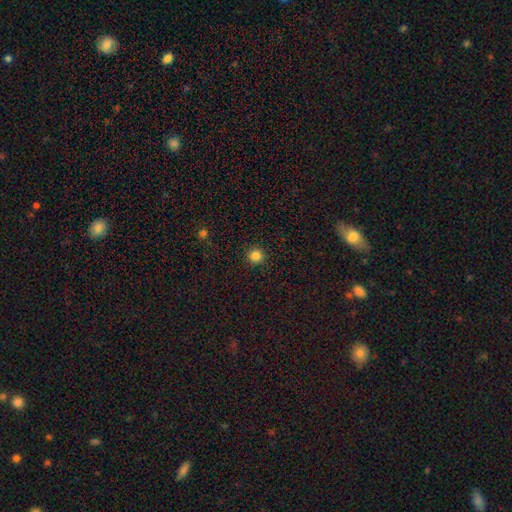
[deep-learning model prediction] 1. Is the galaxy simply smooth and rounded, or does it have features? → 83% smooth, 13% star or artifact, 4% featured or disk.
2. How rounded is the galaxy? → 95% round, 4% in between, 1% cigar-shaped.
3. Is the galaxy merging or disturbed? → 92% none, 5% minor disturbance, 2% major disturbance, 1% merger.